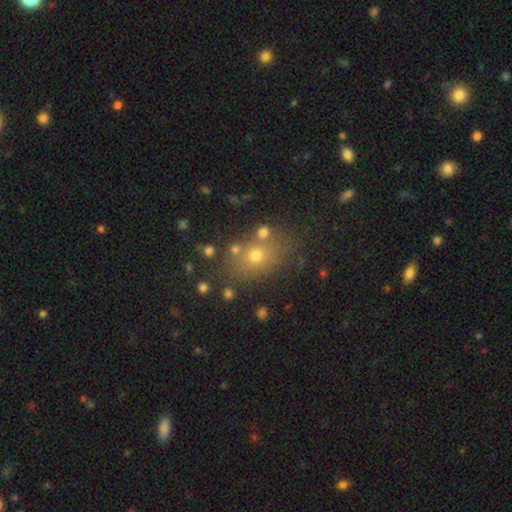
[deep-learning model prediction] Overall: smooth (65%). How rounded: in between (50%; round 48%). Merging: none (72%).